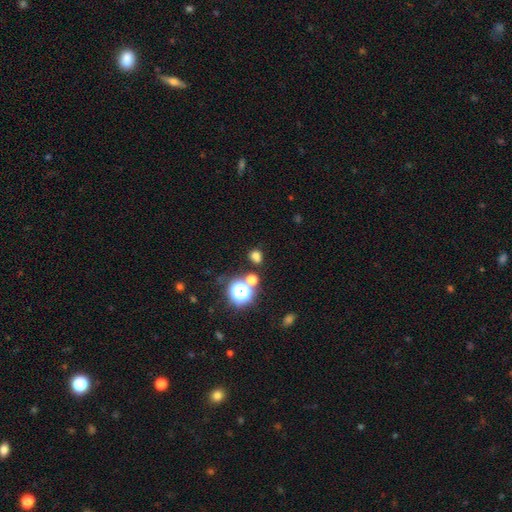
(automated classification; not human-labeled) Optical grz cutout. It shows a smooth galaxy with no disk features (69%) that is round (71%). Merging: none (77%).